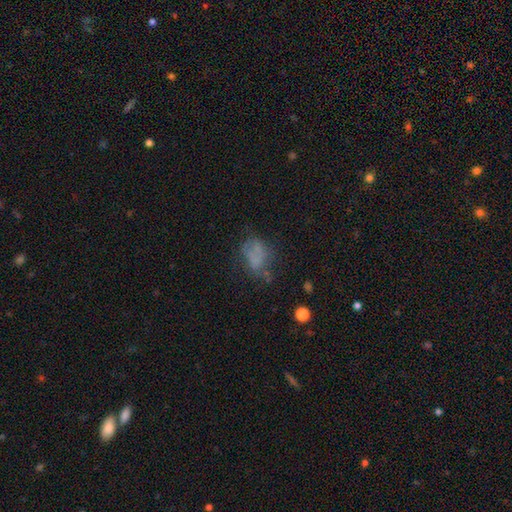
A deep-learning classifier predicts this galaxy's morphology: Q: Smooth or featured?
A: smooth (52%); runner-up: featured or disk (29%)
Q: How rounded?
A: in between (73%); runner-up: round (25%)
Q: Merging?
A: none (41%); runner-up: major disturbance (29%)